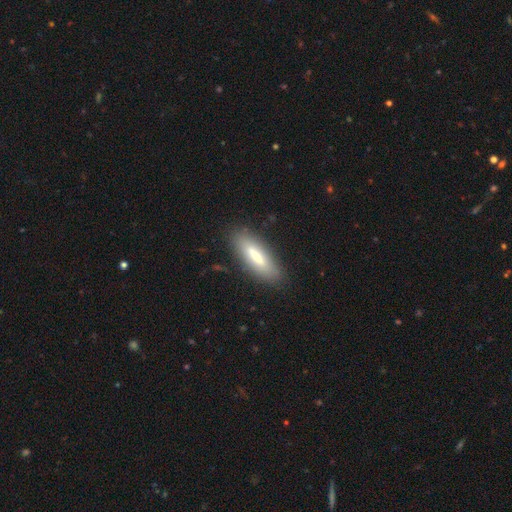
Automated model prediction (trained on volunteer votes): Smooth or featured? smooth (66%)
How rounded? cigar-shaped (53%)
Merging? none (84%)